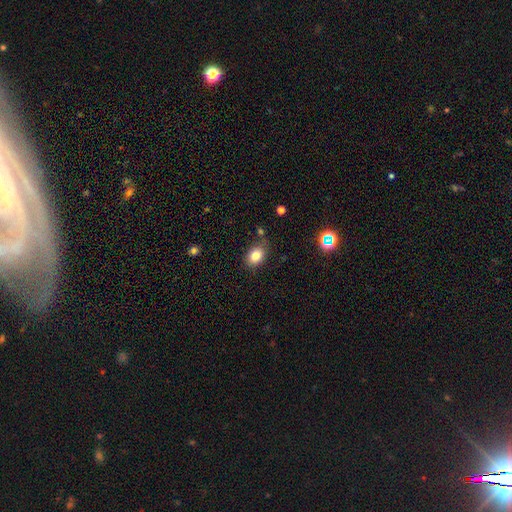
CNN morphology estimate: Smooth or featured? smooth (81%)
How rounded? in between (75%)
Merging? none (75%)